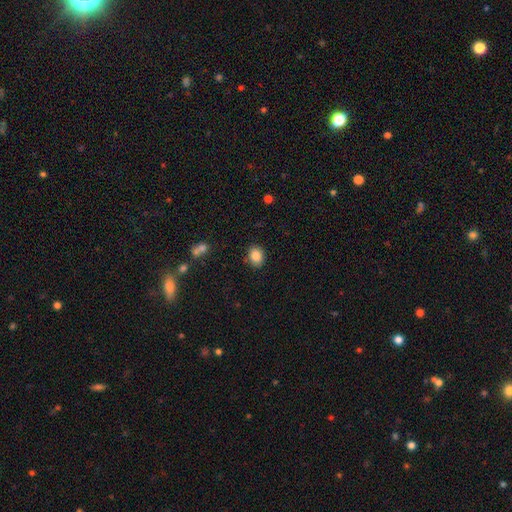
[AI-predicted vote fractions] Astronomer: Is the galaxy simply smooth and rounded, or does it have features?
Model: smooth — 87%.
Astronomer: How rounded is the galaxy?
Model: in between — 56% (runner-up: round, 43%).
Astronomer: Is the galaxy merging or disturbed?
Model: none — 85%.